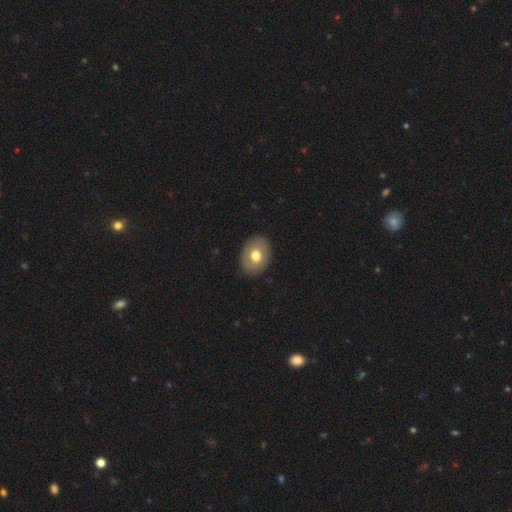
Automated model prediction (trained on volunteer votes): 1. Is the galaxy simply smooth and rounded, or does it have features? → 69% smooth, 24% featured or disk, 7% star or artifact.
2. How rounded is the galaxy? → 65% in between, 34% round, 1% cigar-shaped.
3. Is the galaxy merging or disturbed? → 88% none, 8% minor disturbance, 2% major disturbance, 1% merger.